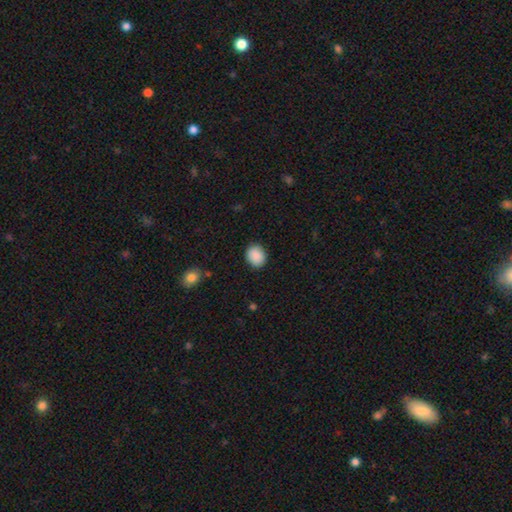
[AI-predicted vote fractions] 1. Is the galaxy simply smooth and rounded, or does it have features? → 90% smooth, 7% star or artifact, 3% featured or disk.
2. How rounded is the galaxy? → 64% round, 35% in between, 1% cigar-shaped.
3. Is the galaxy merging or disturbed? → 89% none, 8% minor disturbance, 2% major disturbance, 1% merger.